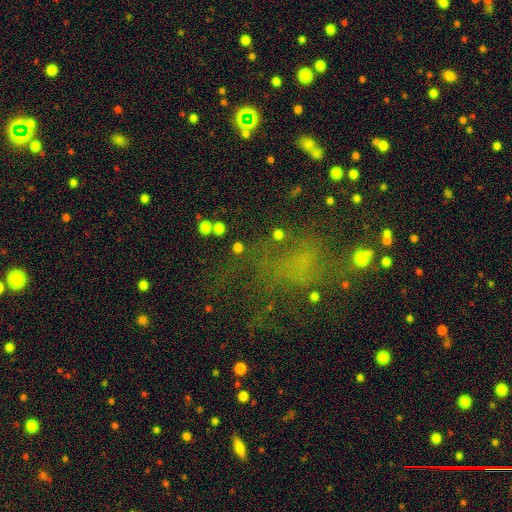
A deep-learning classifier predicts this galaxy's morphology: A smooth galaxy with no disk features (42%).

Vote fractions:
- Smooth or featured? smooth: 42% / star or artifact: 41% / featured or disk: 17%
- Merging? none: 55% / major disturbance: 23% / minor disturbance: 18% / merger: 5%